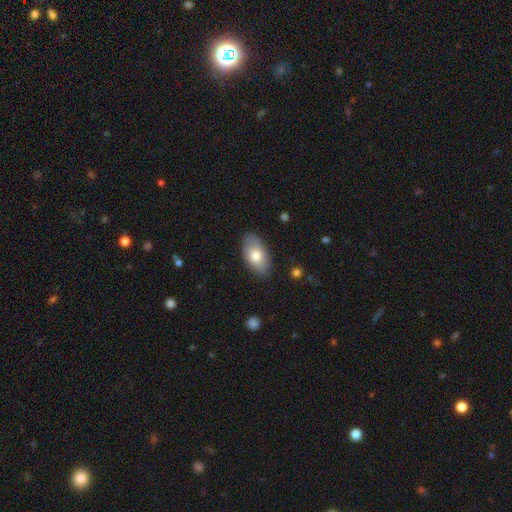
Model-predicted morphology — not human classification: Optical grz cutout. It shows a smooth galaxy with no disk features (75%) that is in between round and cigar-shaped (94%). Merging: none (83%).